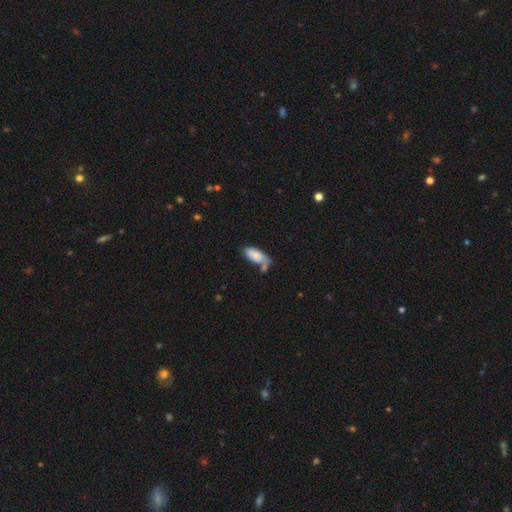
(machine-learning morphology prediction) type=smooth (77%); roundness=in between (89%); merging=none (38%).